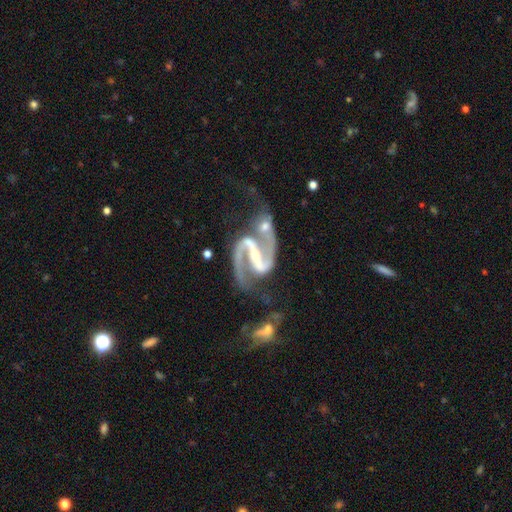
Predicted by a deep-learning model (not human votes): Overall: featured or disk (94%). Edge-on disk: no (98%). Bar: strong (74%). Spiral arms: yes (98%). Spiral arm count: 2 (95%). Spiral winding: medium (60%; loose 25%). Bulge size: small (62%; moderate 31%). Merging: none (46%; merger 25%).